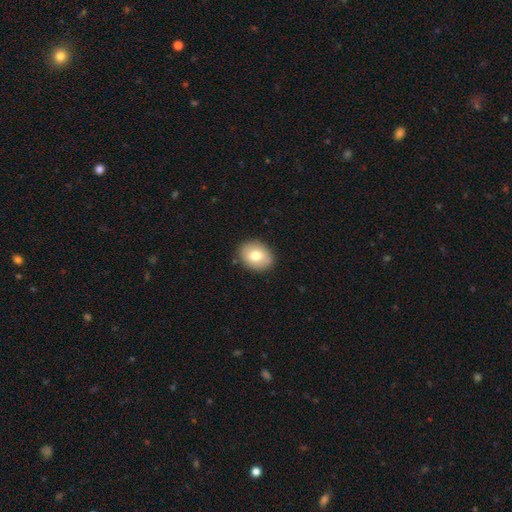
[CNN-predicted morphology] smooth-or-featured: smooth: 75% | featured or disk: 17% | star or artifact: 8%
  how-rounded: in between: 51% | round: 48% | cigar-shaped: 1%
  merging: none: 87% | minor disturbance: 10% | major disturbance: 2% | merger: 1%